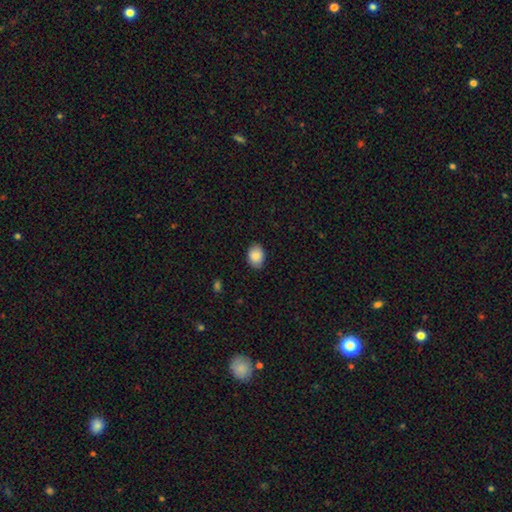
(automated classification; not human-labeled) Smooth or featured? smooth (88%)
How rounded? in between (69%)
Merging? none (84%)